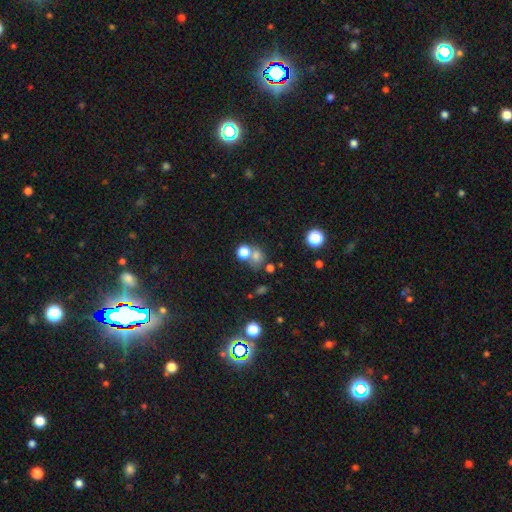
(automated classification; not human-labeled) Smooth or featured: smooth — 67% (star or artifact — 21%)
How rounded: round — 71% (in between — 27%)
Merging: none — 48% (merger — 35%)